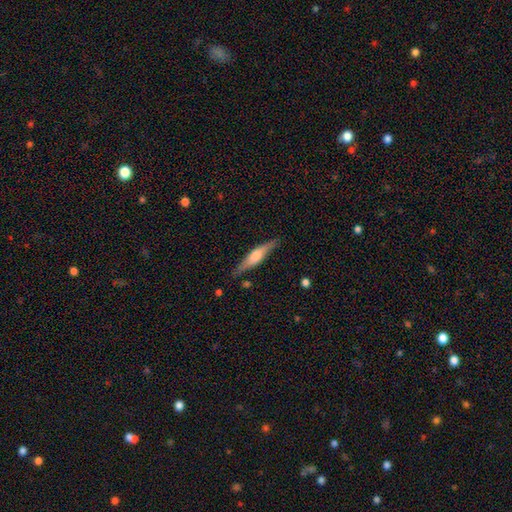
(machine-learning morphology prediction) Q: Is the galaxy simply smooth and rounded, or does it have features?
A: featured or disk — 51%.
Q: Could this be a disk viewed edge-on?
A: yes — 94%.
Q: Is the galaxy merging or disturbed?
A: none — 83%.